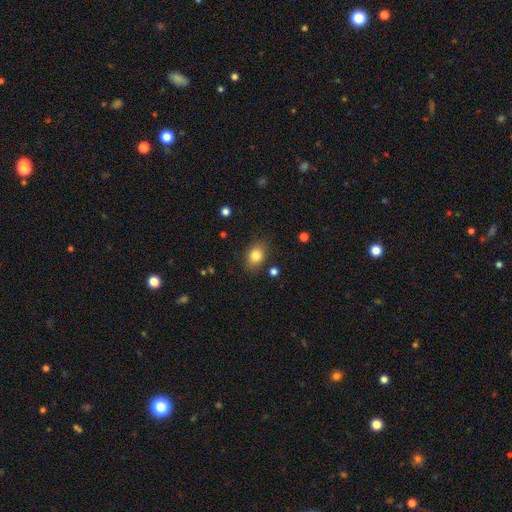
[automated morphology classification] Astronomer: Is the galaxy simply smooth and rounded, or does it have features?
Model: smooth — 83%.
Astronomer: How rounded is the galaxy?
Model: in between — 65%.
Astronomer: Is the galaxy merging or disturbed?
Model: none — 82%.